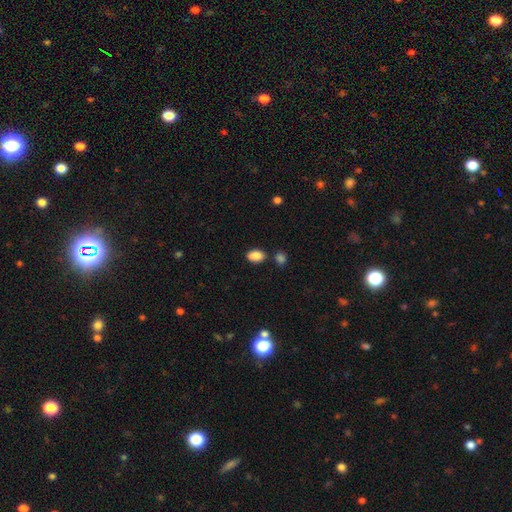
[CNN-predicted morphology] This is clearly a smooth galaxy (87%). How rounded: clearly in between (88%). Merging: likely none (76%).